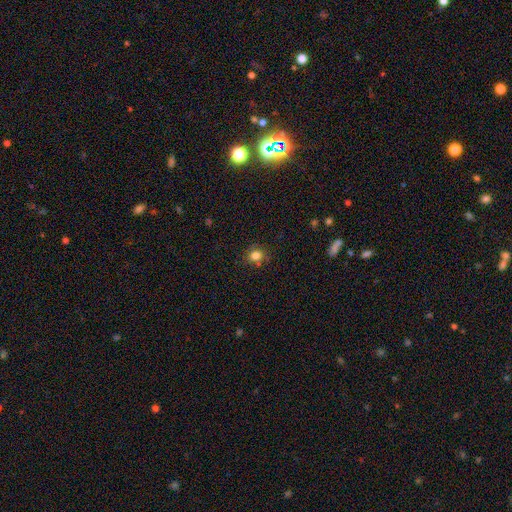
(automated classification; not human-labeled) Smooth or featured?
  - smooth: 80% *
  - star or artifact: 13%
  - featured or disk: 6%
How rounded?
  - round: 71% *
  - in between: 28%
  - cigar-shaped: 1%
Merging?
  - none: 77% *
  - minor disturbance: 14%
  - merger: 6%
  - major disturbance: 4%